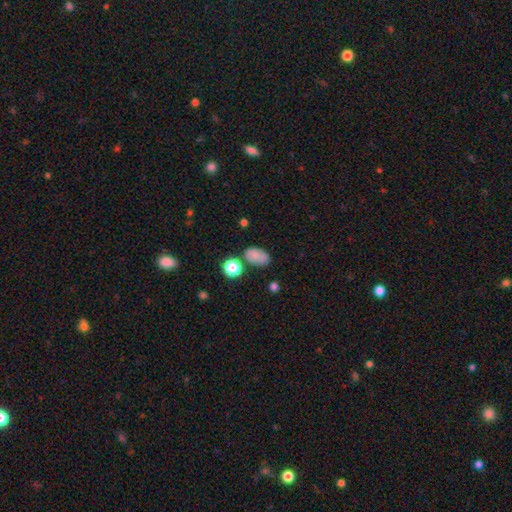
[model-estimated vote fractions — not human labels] smooth 80%, star or artifact 12%, featured or disk 9%. Down the decision tree: how rounded — in between (88%); merging — none (67%).